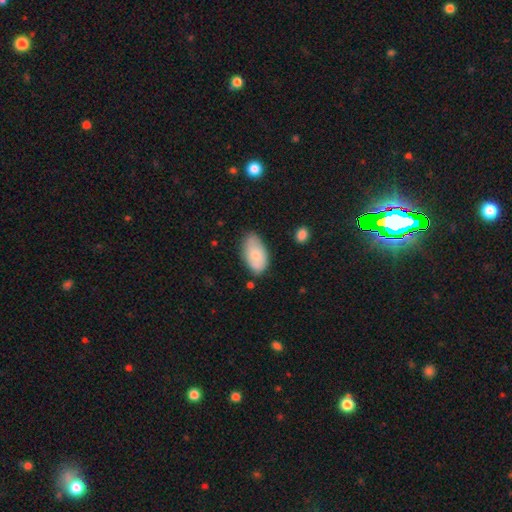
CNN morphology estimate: This appears to be a smooth galaxy with no disk features (77%) that is in between round and cigar-shaped (95%). Merging: none (70%).